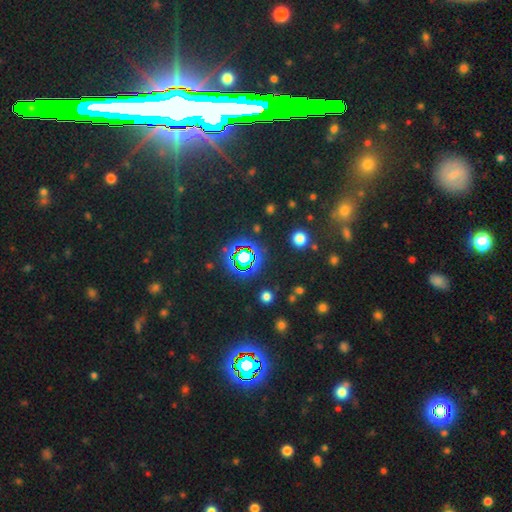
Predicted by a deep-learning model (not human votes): Smooth or featured: star or artifact — 75% (smooth — 12%)